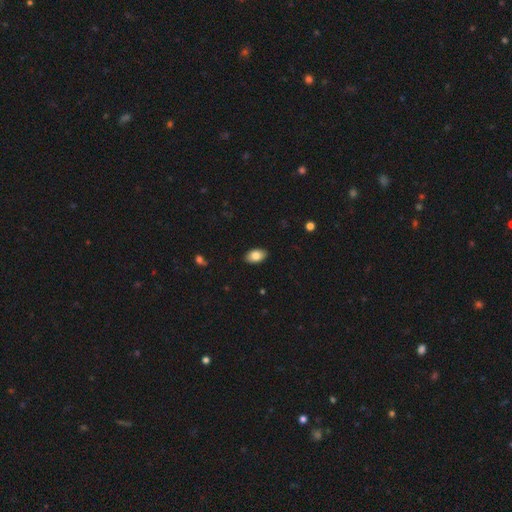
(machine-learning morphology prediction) smooth_or_featured: smooth (p=0.84) [alt: featured or disk p=0.09]
how_rounded: in between (p=0.93) [alt: round p=0.06]
merging: none (p=0.89) [alt: minor disturbance p=0.08]